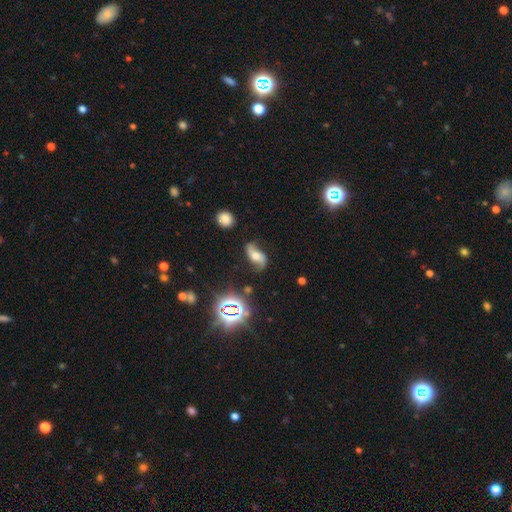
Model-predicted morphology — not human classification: Smooth or featured? Predicted: featured or disk (p=0.71). Edge-on disk? Predicted: no (p=0.94). Bar? Predicted: no (p=0.53). Spiral arms? Predicted: yes (p=0.93). Spiral winding? Predicted: loose (p=0.75). Spiral arm count? Predicted: 2 (p=0.92). Bulge size? Predicted: moderate (p=0.55). Merging? Predicted: none (p=0.72).